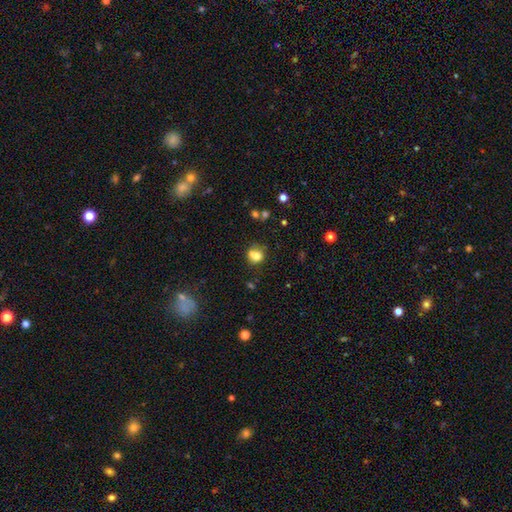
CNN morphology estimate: Smooth or featured: smooth — 73% (featured or disk — 14%)
How rounded: round — 69% (in between — 30%)
Merging: merger — 40% (none — 39%)